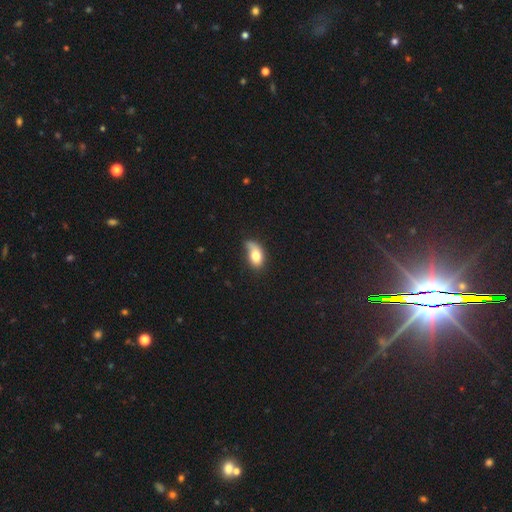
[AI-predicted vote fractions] smooth 77%, featured or disk 16%, star or artifact 8%. Down the decision tree: how rounded — in between (84%); merging — minor disturbance (38%).